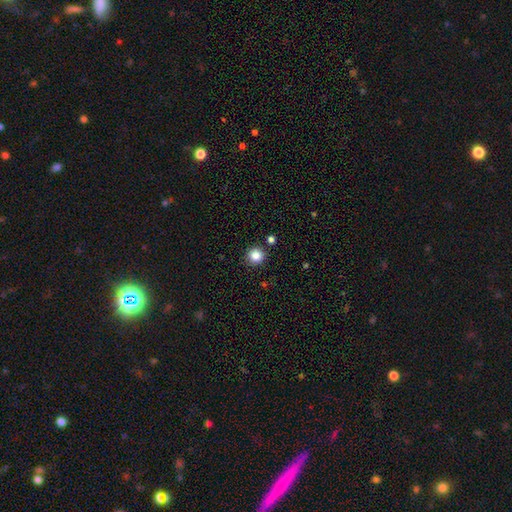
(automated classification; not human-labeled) Morphology: type=smooth (85%); roundness=round (93%); merging=none (87%).